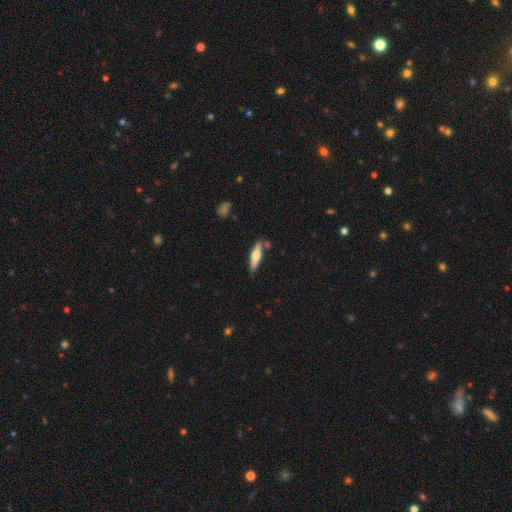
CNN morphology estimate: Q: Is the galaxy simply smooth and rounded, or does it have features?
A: smooth — 53%.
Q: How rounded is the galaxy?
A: cigar-shaped — 72%.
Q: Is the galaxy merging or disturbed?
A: none — 80%.